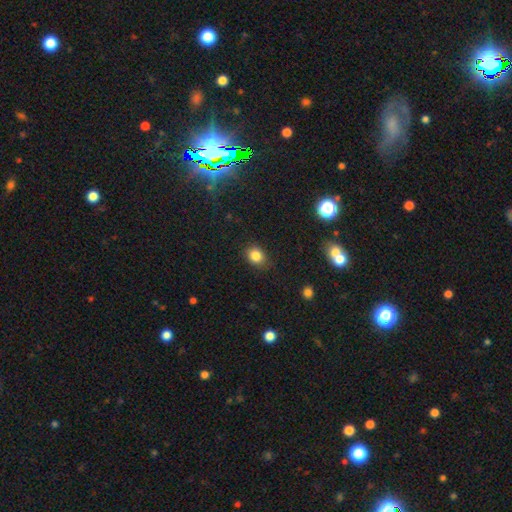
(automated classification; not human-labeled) Smooth or featured? Predicted: smooth (p=0.84). How rounded? Predicted: round (p=0.59). Merging? Predicted: none (p=0.82).